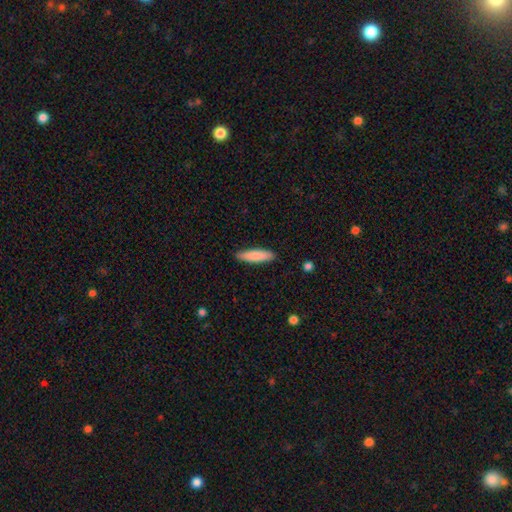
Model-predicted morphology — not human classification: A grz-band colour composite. It shows a smooth galaxy with no disk features (85%) that is cigar-shaped (74%). Merging: none (88%).